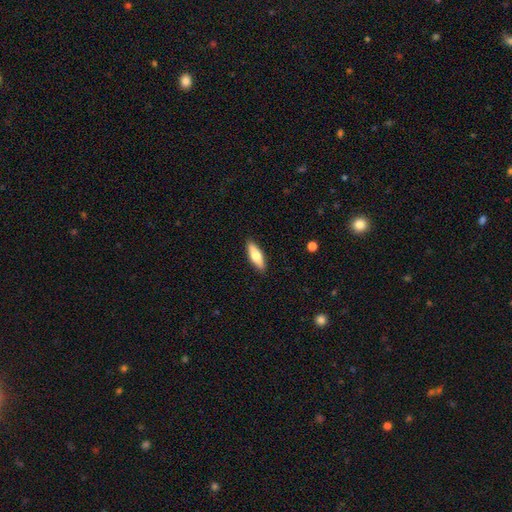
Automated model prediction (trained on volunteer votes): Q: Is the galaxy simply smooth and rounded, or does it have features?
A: smooth — 65%.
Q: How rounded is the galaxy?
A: cigar-shaped — 51%.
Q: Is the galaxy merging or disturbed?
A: none — 90%.